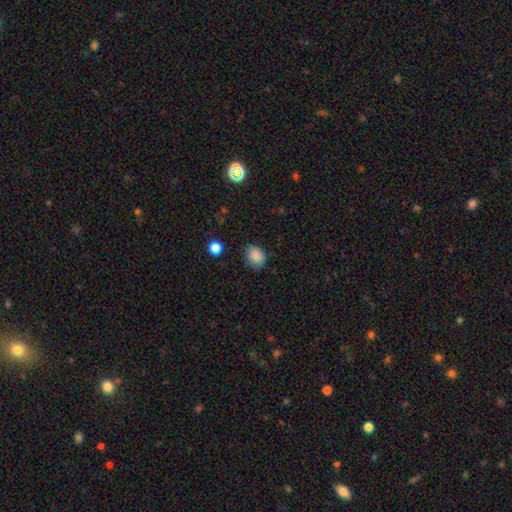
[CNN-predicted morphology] Smooth or featured: smooth — 86% (star or artifact — 10%)
How rounded: round — 51% (in between — 48%)
Merging: none — 76% (minor disturbance — 19%)